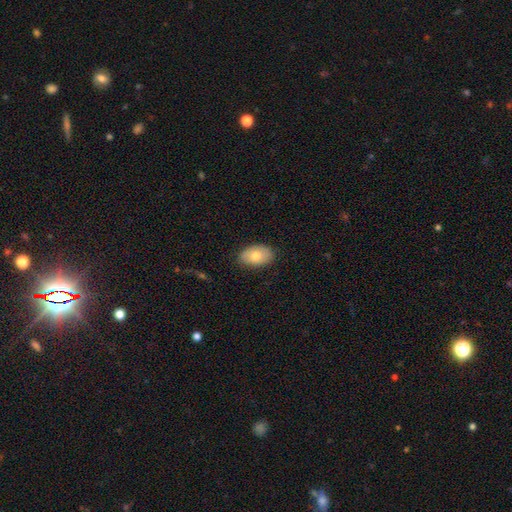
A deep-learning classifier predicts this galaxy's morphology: Smooth or featured?
  - smooth: 78% *
  - featured or disk: 15%
  - star or artifact: 7%
How rounded?
  - in between: 90% *
  - round: 9%
  - cigar-shaped: 1%
Merging?
  - none: 85% *
  - minor disturbance: 12%
  - major disturbance: 2%
  - merger: 1%